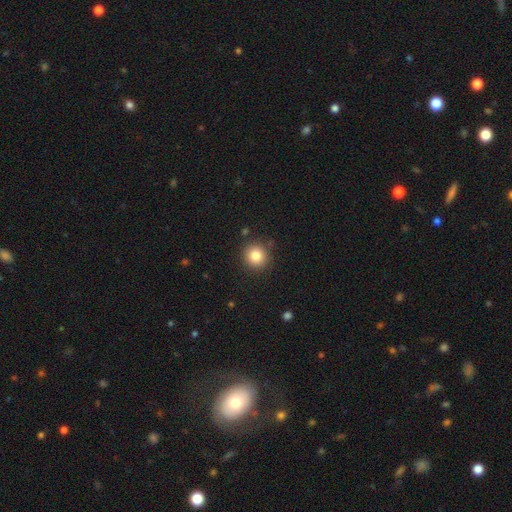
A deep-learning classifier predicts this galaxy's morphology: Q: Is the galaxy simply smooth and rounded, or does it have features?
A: smooth — 83%.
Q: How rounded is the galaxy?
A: round — 92%.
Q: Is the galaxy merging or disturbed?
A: none — 88%.